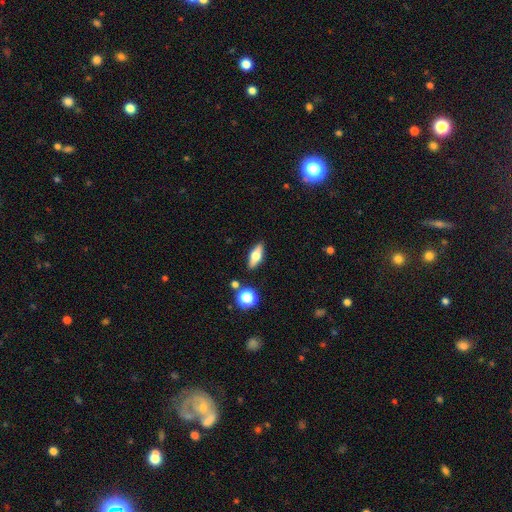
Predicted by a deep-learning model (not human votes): smooth 50%, featured or disk 41%, star or artifact 9%. Down the decision tree: merging — none (86%).